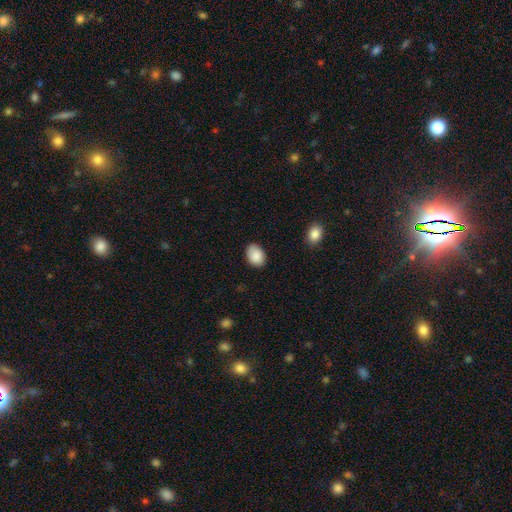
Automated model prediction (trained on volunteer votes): This appears to be a smooth galaxy with no disk features (89%) that is in between round and cigar-shaped (78%). Merging: none (83%).